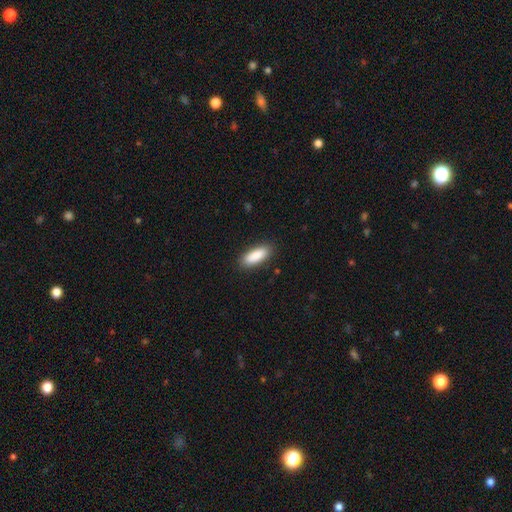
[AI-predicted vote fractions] smooth_or_featured: smooth (p=0.89) [alt: star or artifact p=0.06]
how_rounded: in between (p=0.70) [alt: cigar-shaped p=0.28]
merging: none (p=0.88) [alt: minor disturbance p=0.09]